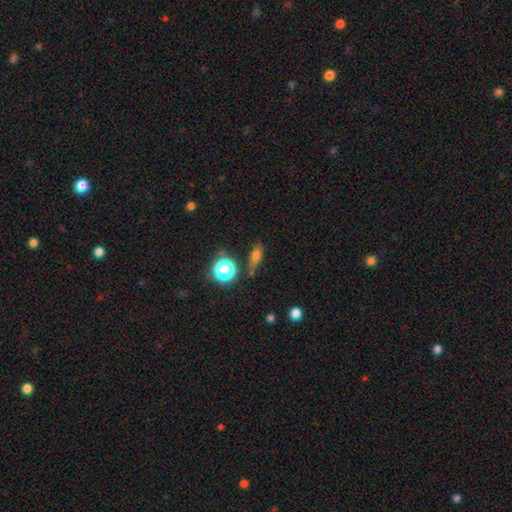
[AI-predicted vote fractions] Smooth or featured?
  - smooth: 64% *
  - star or artifact: 23%
  - featured or disk: 14%
How rounded?
  - in between: 55% *
  - cigar-shaped: 24%
  - round: 21%
Merging?
  - none: 65% *
  - minor disturbance: 21%
  - major disturbance: 8%
  - merger: 7%